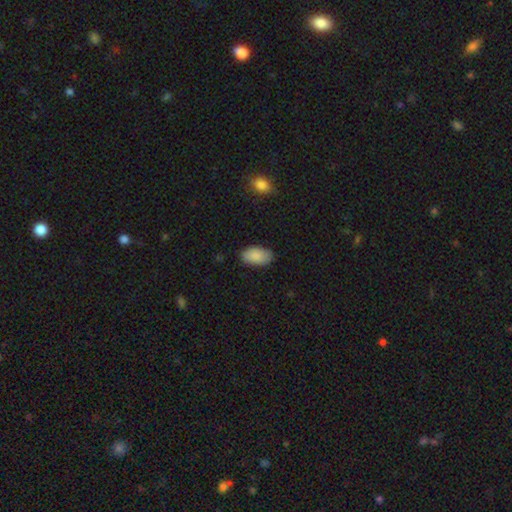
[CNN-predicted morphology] Overall: smooth (88%). How rounded: in between (94%). Merging: none (82%).